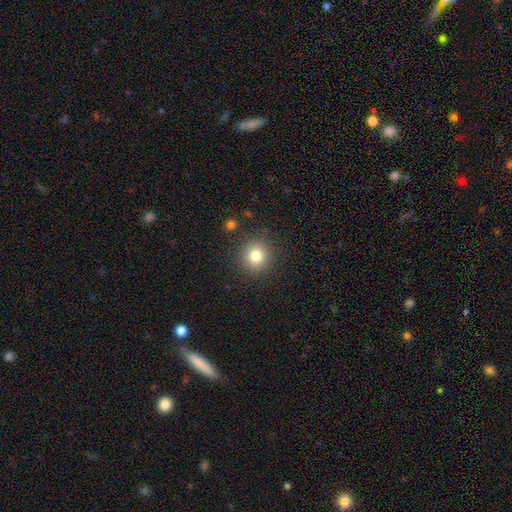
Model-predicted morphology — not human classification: Overall: smooth (80%). How rounded: round (91%). Merging: none (88%).